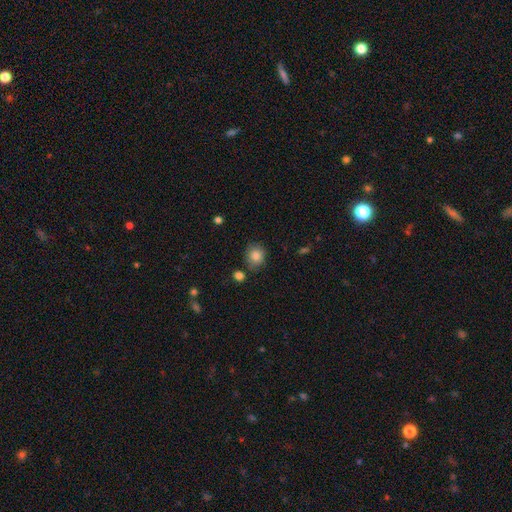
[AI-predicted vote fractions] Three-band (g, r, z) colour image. It shows a smooth galaxy with no disk features (85%) that is round (76%). Merging: none (78%).